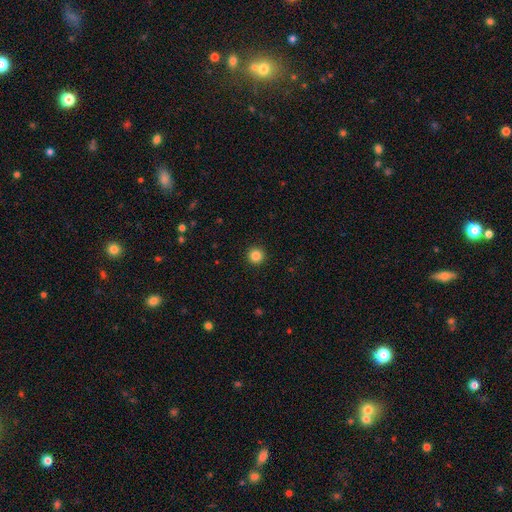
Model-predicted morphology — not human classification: This appears to be a smooth galaxy with no disk features (85%) that is round (96%). Merging: none (93%).